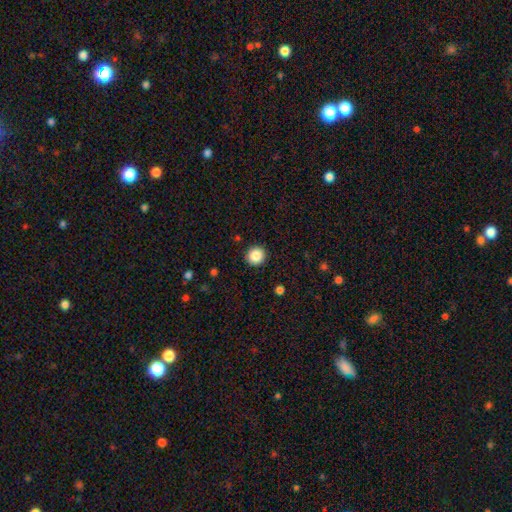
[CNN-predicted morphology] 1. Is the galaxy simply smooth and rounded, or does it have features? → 87% smooth, 9% star or artifact, 4% featured or disk.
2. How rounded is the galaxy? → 94% round, 5% in between, 1% cigar-shaped.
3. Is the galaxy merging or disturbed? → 92% none, 5% minor disturbance, 2% major disturbance, 1% merger.